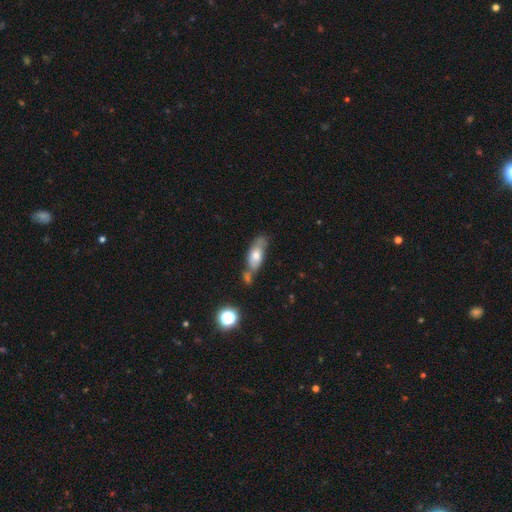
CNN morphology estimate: Smooth or featured?
  - smooth: 62% *
  - featured or disk: 30%
  - star or artifact: 8%
How rounded?
  - in between: 71% *
  - cigar-shaped: 25%
  - round: 4%
Merging?
  - none: 44% *
  - merger: 26%
  - minor disturbance: 22%
  - major disturbance: 8%